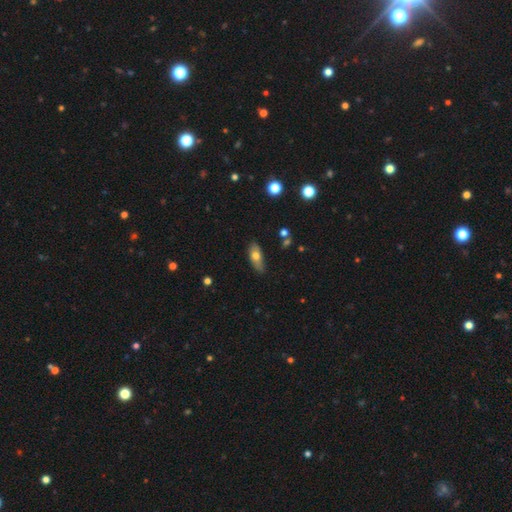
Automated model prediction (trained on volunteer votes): Overall: smooth (67%). How rounded: in between (75%). Merging: none (74%).